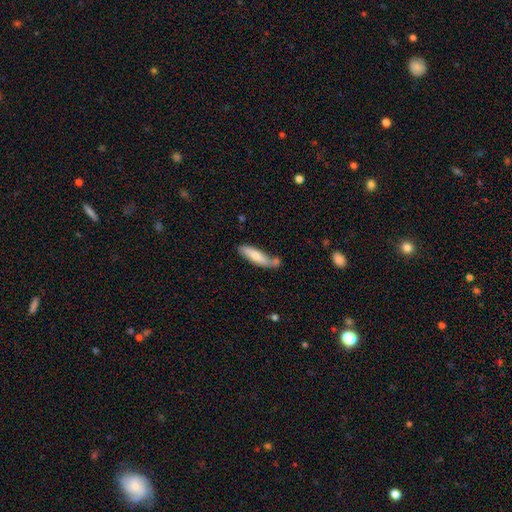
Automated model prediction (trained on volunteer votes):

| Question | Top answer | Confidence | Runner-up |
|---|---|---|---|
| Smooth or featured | smooth | 68% | featured or disk (26%) |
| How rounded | cigar-shaped | 68% | in between (31%) |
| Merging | none | 53% | minor disturbance (21%) |